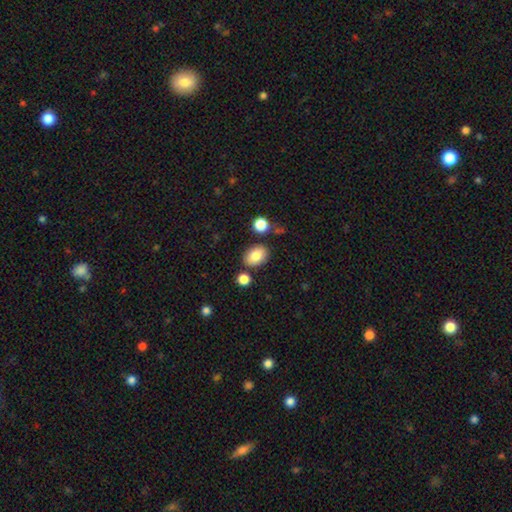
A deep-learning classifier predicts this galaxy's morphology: Q: Smooth or featured?
A: smooth (84%); runner-up: star or artifact (8%)
Q: How rounded?
A: in between (78%); runner-up: round (21%)
Q: Merging?
A: none (80%); runner-up: minor disturbance (11%)